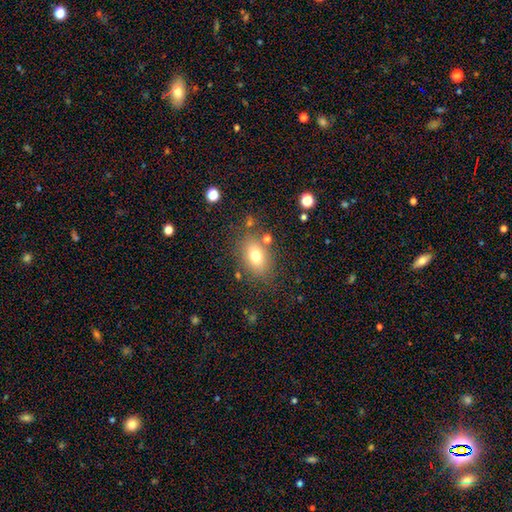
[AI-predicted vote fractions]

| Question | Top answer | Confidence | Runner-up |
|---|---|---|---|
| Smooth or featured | smooth | 74% | featured or disk (15%) |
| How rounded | in between | 77% | round (21%) |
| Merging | none | 77% | minor disturbance (13%) |